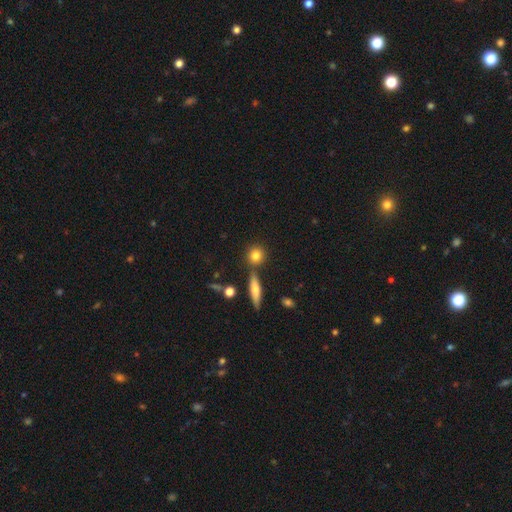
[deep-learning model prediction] smooth 80%, star or artifact 10%, featured or disk 10%. Down the decision tree: how rounded — round (82%); merging — none (75%).